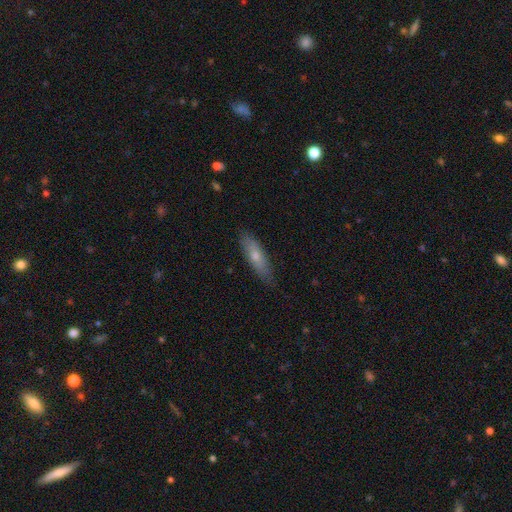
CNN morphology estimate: A smooth galaxy with no disk features (62%) that is cigar-shaped (62%).

Vote fractions:
- Smooth or featured? smooth: 62% / featured or disk: 32% / star or artifact: 6%
- How rounded? cigar-shaped: 62% / in between: 36% / round: 2%
- Merging? none: 81% / minor disturbance: 16% / major disturbance: 2% / merger: 1%